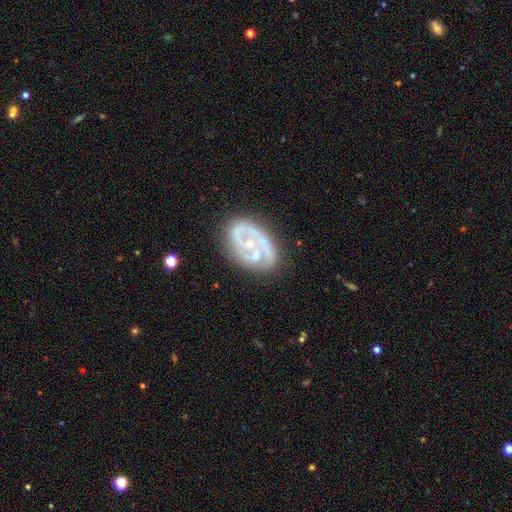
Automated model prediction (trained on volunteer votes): Smooth or featured: featured or disk — 82% (smooth — 12%)
Edge-on disk: no — 97% (yes — 3%)
Bar: no — 70% (weak — 23%)
Spiral arms: yes — 80% (no — 20%)
Spiral winding: tight — 48% (medium — 38%)
Spiral arm count: 2 — 52% (can't tell — 22%)
Bulge size: small — 65% (moderate — 30%)
Merging: none — 65% (minor disturbance — 21%)